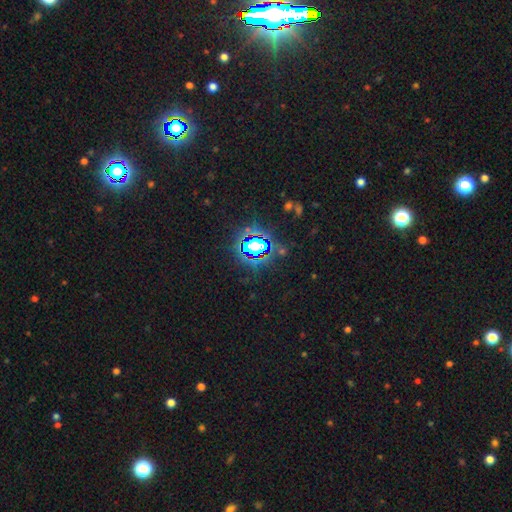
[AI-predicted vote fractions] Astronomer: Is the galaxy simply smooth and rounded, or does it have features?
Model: star or artifact — 84%.